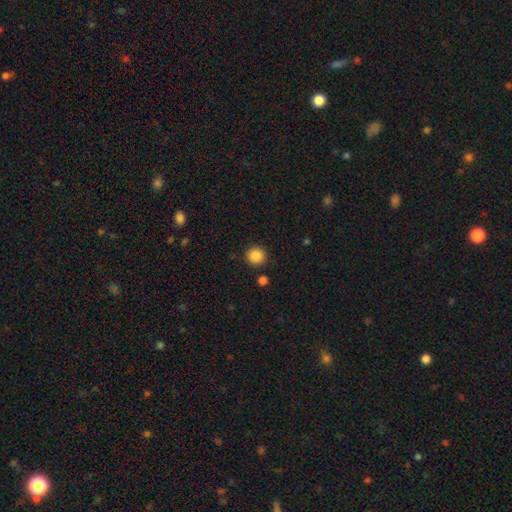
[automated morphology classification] This is clearly a smooth galaxy (87%). How rounded: clearly round (94%). Merging: clearly none (90%).